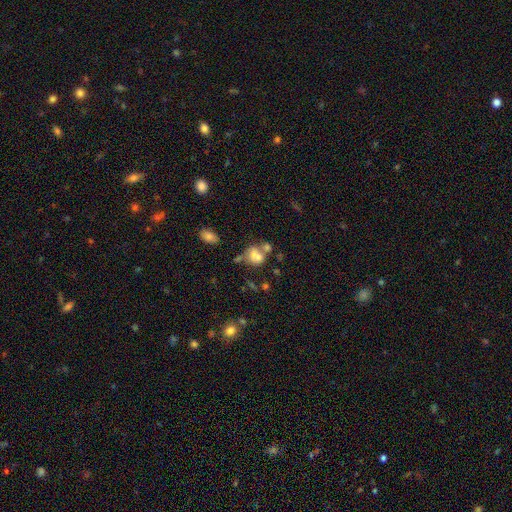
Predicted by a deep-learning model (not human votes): Morphology: type=smooth (60%); roundness=round (57%); merging=merger (49%).